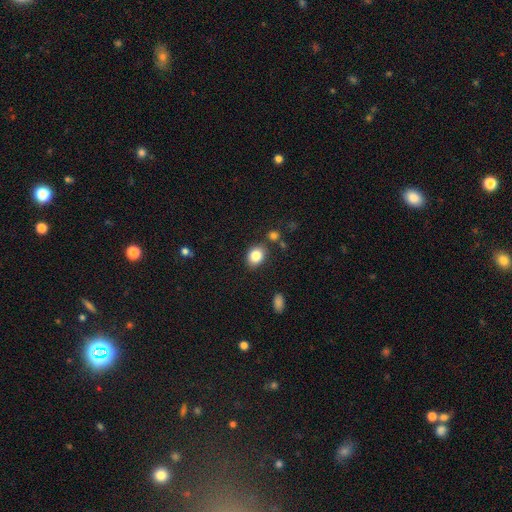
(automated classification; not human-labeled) Smooth or featured: smooth — 85% (star or artifact — 9%)
How rounded: in between — 60% (round — 39%)
Merging: none — 80% (minor disturbance — 11%)